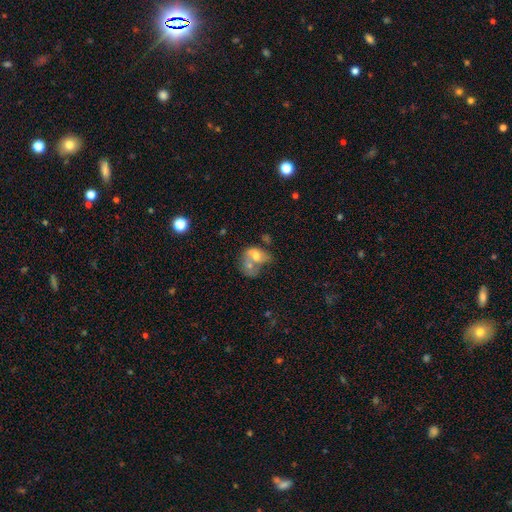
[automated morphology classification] smooth_or_featured: smooth (p=0.52) [alt: featured or disk p=0.38]
how_rounded: in between (p=0.66) [alt: round p=0.33]
merging: merger (p=0.67) [alt: none p=0.12]